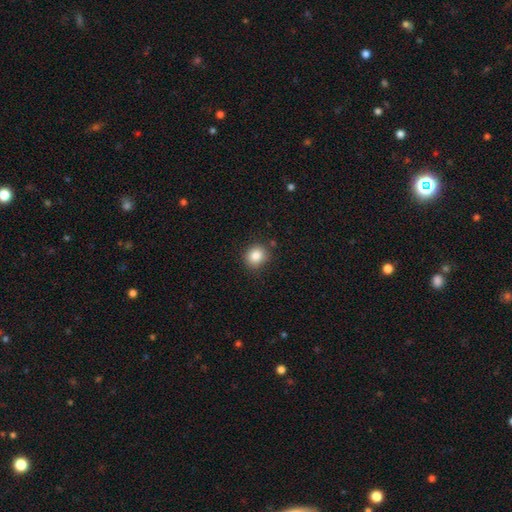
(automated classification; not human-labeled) Smooth or featured: smooth — 85% (star or artifact — 10%)
How rounded: round — 81% (in between — 18%)
Merging: none — 85% (minor disturbance — 11%)